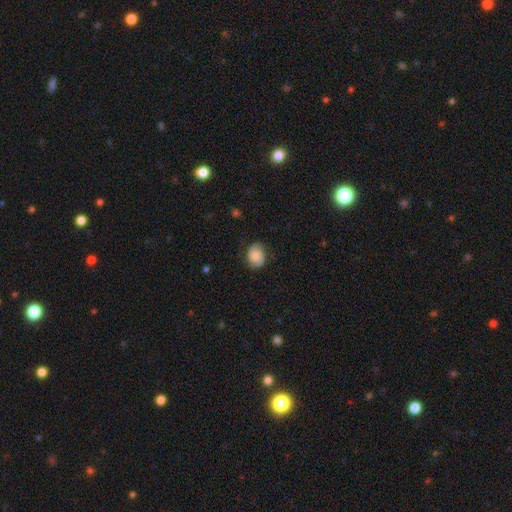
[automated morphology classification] type=smooth (68%); roundness=in between (50%); merging=none (74%).